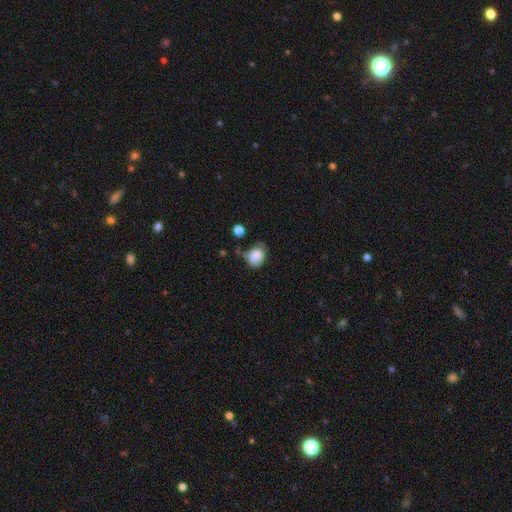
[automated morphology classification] A smooth galaxy with no disk features (82%) that is in between round and cigar-shaped (62%). Merging: none (41%).